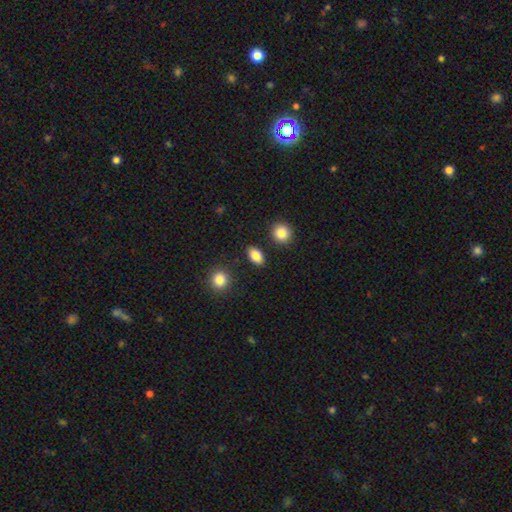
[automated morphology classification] smooth-or-featured: smooth: 86% | star or artifact: 8% | featured or disk: 6%
  how-rounded: in between: 86% | round: 11% | cigar-shaped: 3%
  merging: none: 87% | minor disturbance: 8% | merger: 3% | major disturbance: 2%